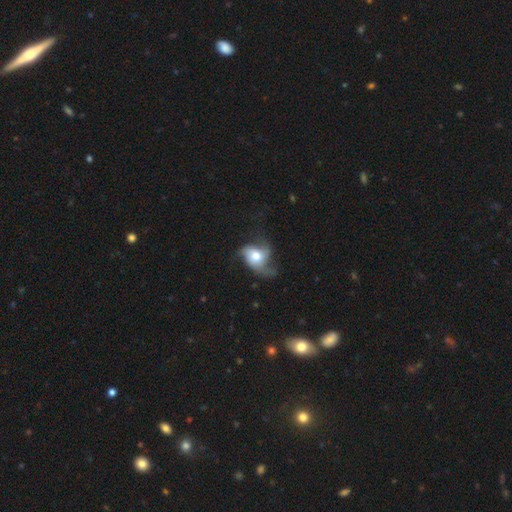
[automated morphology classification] Smooth or featured? Predicted: featured or disk (p=0.52). Edge-on disk? Predicted: no (p=0.96). Bar? Predicted: no (p=0.76). Spiral arms? Predicted: yes (p=0.73). Bulge size? Predicted: moderate (p=0.60). Merging? Predicted: major disturbance (p=0.38).